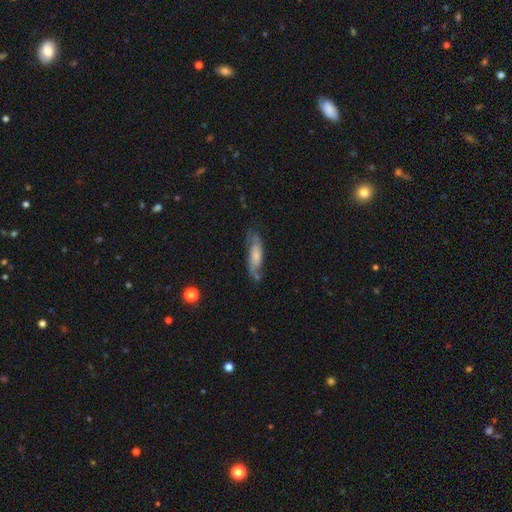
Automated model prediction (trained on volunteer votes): featured or disk 49%, smooth 44%, star or artifact 7%. Down the decision tree: merging — none (54%).